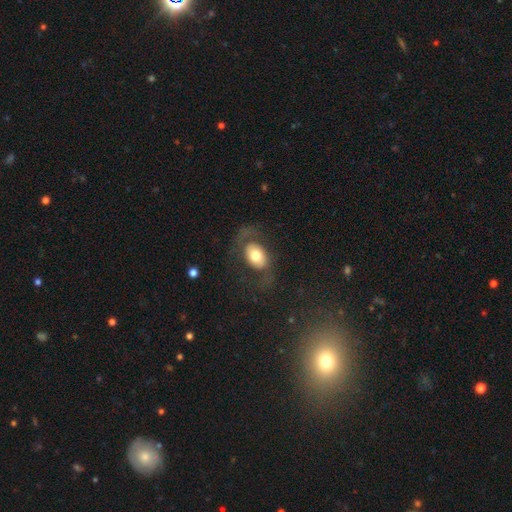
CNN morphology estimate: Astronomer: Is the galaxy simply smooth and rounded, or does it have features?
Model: smooth — 54% (runner-up: featured or disk, 39%).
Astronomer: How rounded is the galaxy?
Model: in between — 77%.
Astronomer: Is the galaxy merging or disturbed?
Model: none — 59%.